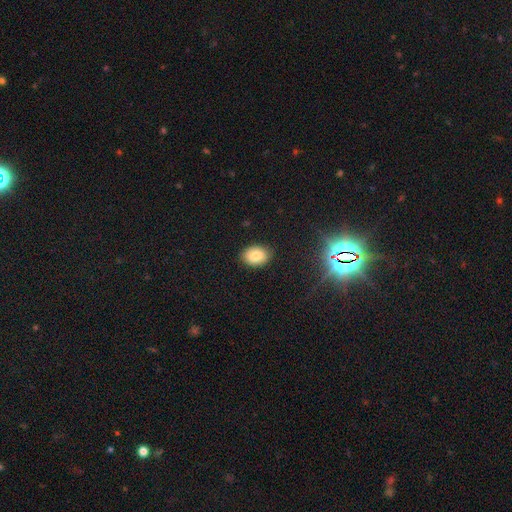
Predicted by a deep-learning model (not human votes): Smooth or featured?
  - smooth: 79% *
  - featured or disk: 11%
  - star or artifact: 10%
How rounded?
  - in between: 75% *
  - round: 24%
  - cigar-shaped: 1%
Merging?
  - none: 87% *
  - minor disturbance: 10%
  - major disturbance: 2%
  - merger: 1%